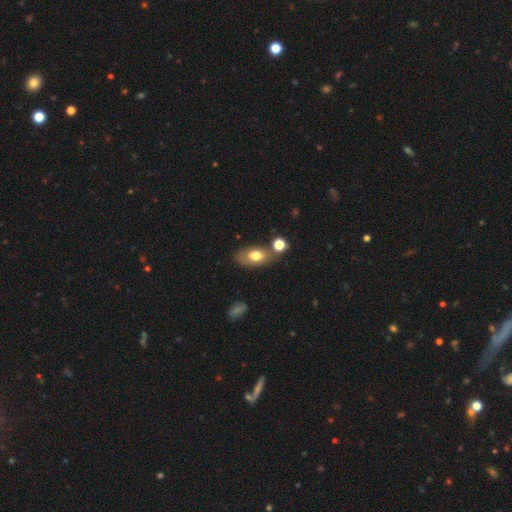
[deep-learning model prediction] This is likely a smooth galaxy (73%). How rounded: clearly in between (87%). Merging: likely none (61%).